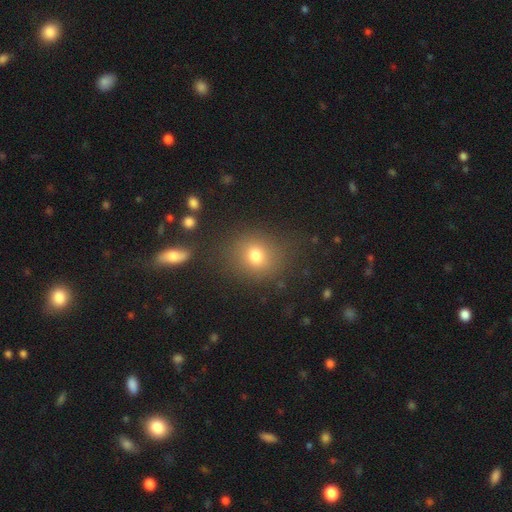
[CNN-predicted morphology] smooth_or_featured: smooth (p=0.75) [alt: star or artifact p=0.15]
how_rounded: round (p=0.72) [alt: in between p=0.27]
merging: none (p=0.81) [alt: minor disturbance p=0.11]